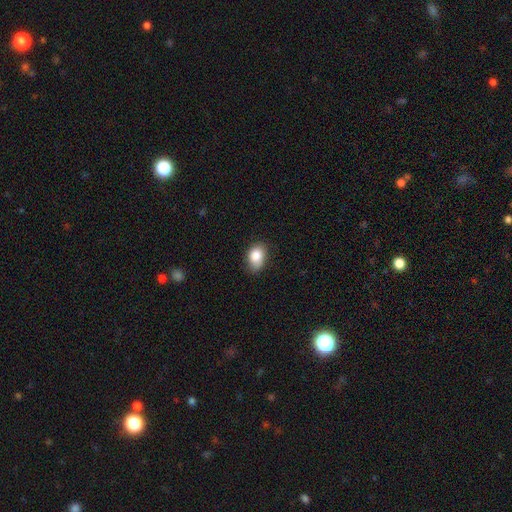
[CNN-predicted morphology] This appears to be a smooth galaxy with no disk features (84%) that is in between round and cigar-shaped (79%). Merging: none (71%).